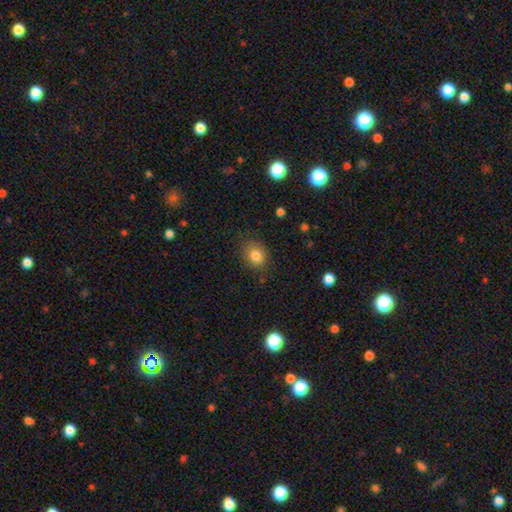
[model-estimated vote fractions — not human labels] Overall: smooth (82%). How rounded: round (55%; in between 44%). Merging: none (80%).